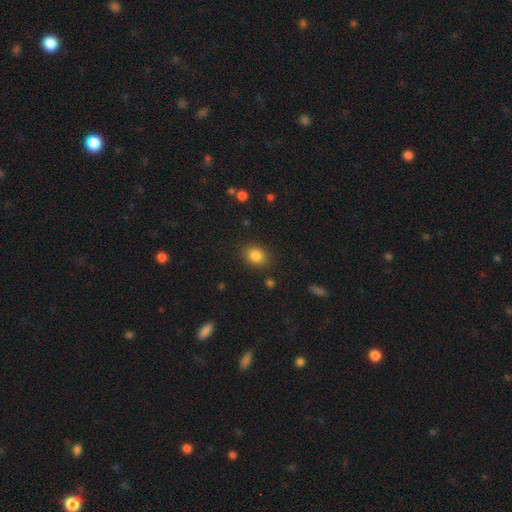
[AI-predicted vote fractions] This appears to be a smooth galaxy with no disk features (84%) that is round (53%). Merging: none (87%).